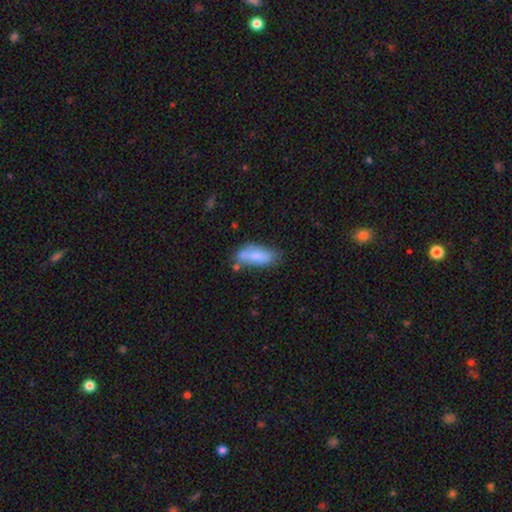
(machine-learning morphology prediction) Overall: smooth (67%). How rounded: in between (80%). Merging: none (51%; minor disturbance 27%).